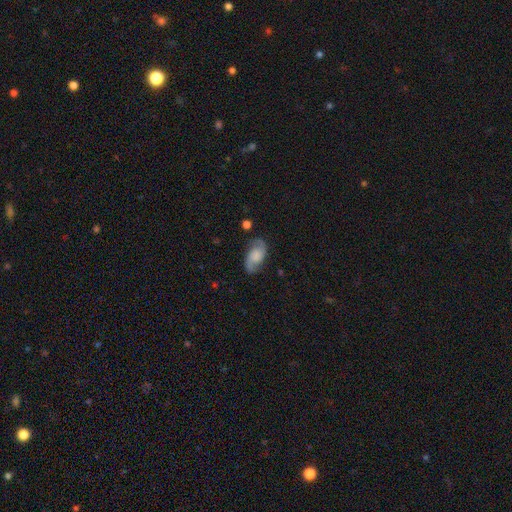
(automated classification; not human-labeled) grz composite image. It shows a featured or disk galaxy (75%) with no bar (62%), 2 (92%) medium (45%) spiral arms (95%) and no central bulge (38%). Merging: none (78%).